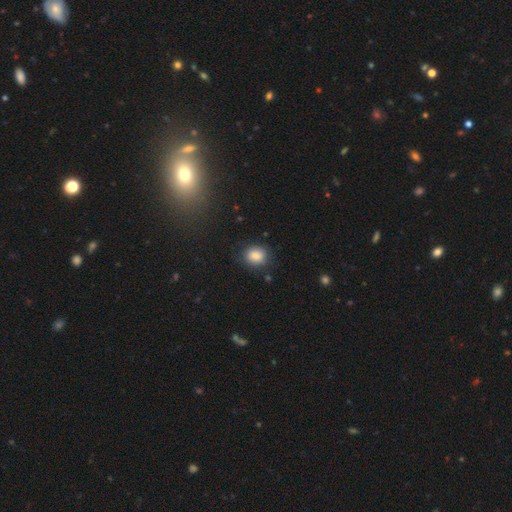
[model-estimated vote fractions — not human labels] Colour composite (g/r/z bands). It shows a smooth galaxy with no disk features (83%) that is round (64%). Merging: none (82%).